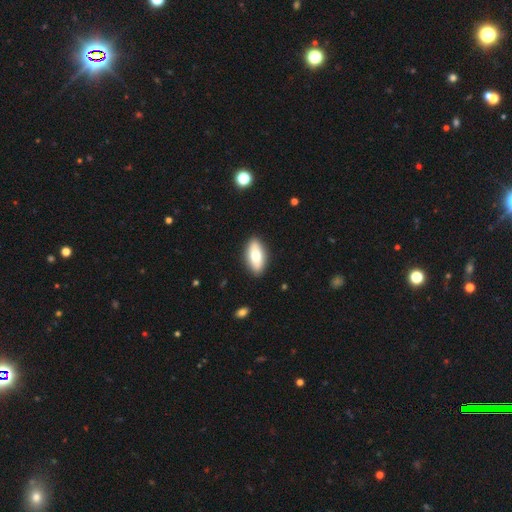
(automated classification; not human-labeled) This is likely a smooth galaxy (69%). How rounded: clearly in between (88%). Merging: clearly none (89%).